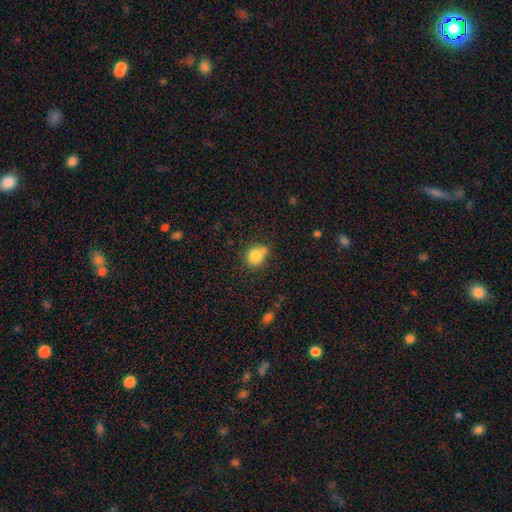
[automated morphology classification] Smooth or featured?
  - smooth: 81% *
  - star or artifact: 11%
  - featured or disk: 8%
How rounded?
  - round: 78% *
  - in between: 21%
  - cigar-shaped: 1%
Merging?
  - none: 58% *
  - merger: 21%
  - minor disturbance: 16%
  - major disturbance: 5%